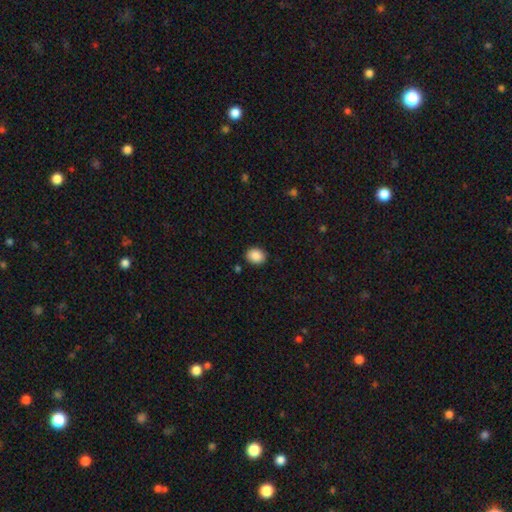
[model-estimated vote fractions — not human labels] smooth-or-featured: smooth: 88% | star or artifact: 8% | featured or disk: 3%
  how-rounded: round: 54% | in between: 45% | cigar-shaped: 1%
  merging: none: 88% | minor disturbance: 8% | major disturbance: 2% | merger: 2%